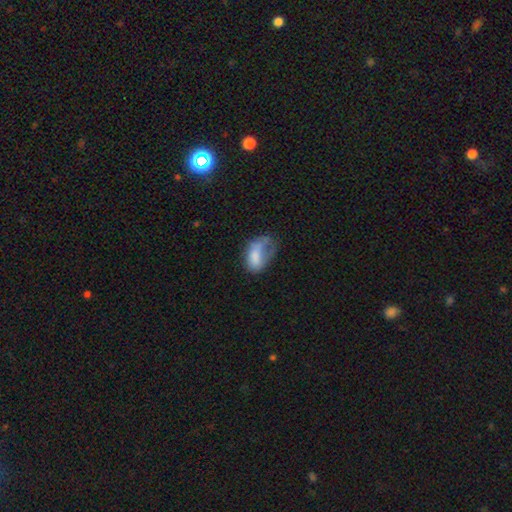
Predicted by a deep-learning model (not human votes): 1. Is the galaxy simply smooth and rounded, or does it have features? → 67% smooth, 24% featured or disk, 9% star or artifact.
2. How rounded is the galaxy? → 90% in between, 8% round, 2% cigar-shaped.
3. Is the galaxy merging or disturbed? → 40% major disturbance, 31% minor disturbance, 23% none, 6% merger.